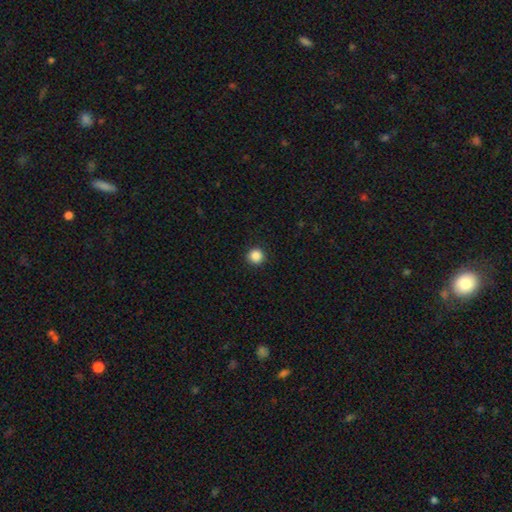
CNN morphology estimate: type=smooth (87%); roundness=round (95%); merging=none (93%).